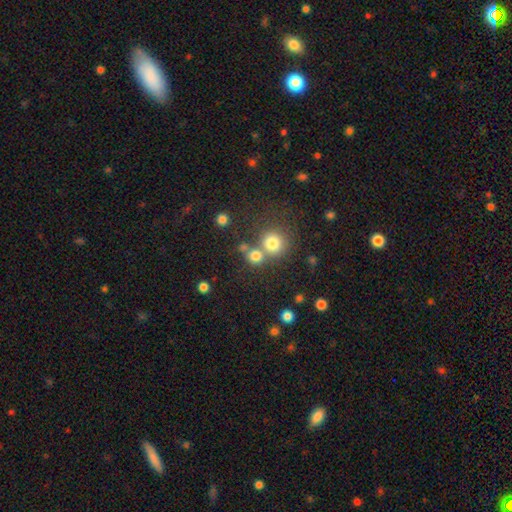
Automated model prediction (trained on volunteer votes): This appears to be a smooth galaxy with no disk features (77%) that is round (86%). Merging: none (54%).